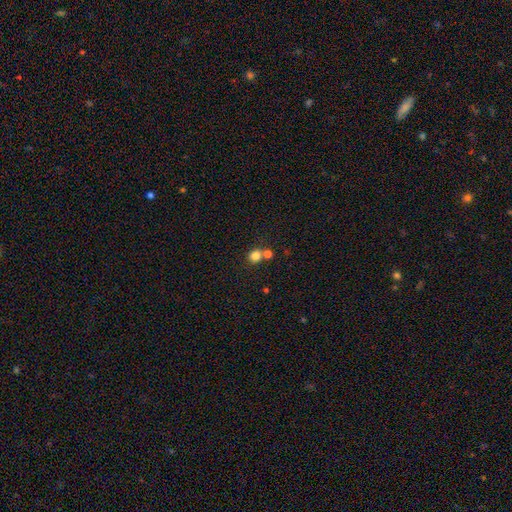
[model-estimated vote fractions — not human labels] Smooth or featured? smooth (82%)
How rounded? round (83%)
Merging? none (61%)